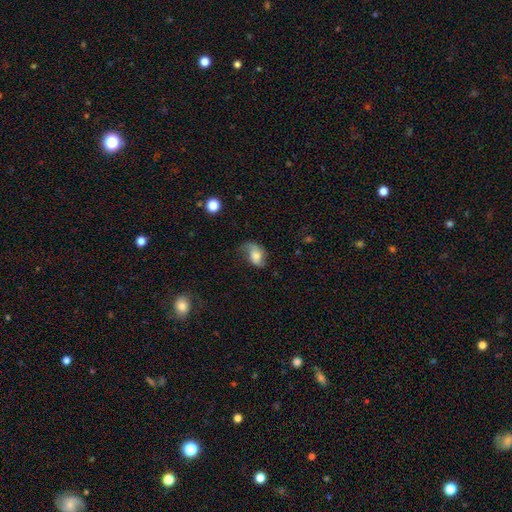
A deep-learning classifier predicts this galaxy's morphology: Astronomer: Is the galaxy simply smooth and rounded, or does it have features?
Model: smooth — 49% (runner-up: featured or disk, 42%).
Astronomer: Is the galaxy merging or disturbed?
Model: none — 44% (runner-up: minor disturbance, 31%).